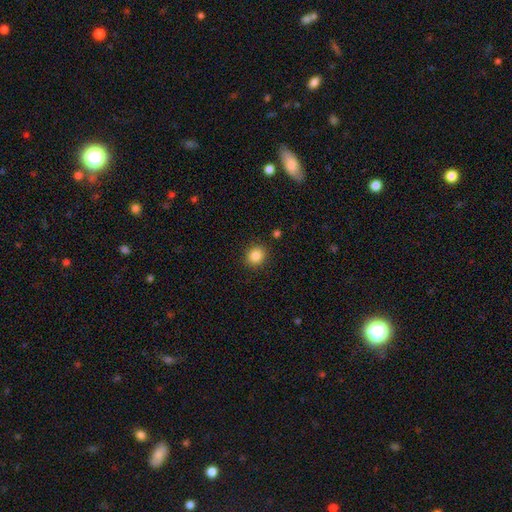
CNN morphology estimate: Smooth or featured: smooth — 86% (star or artifact — 10%)
How rounded: round — 82% (in between — 17%)
Merging: none — 90% (minor disturbance — 7%)